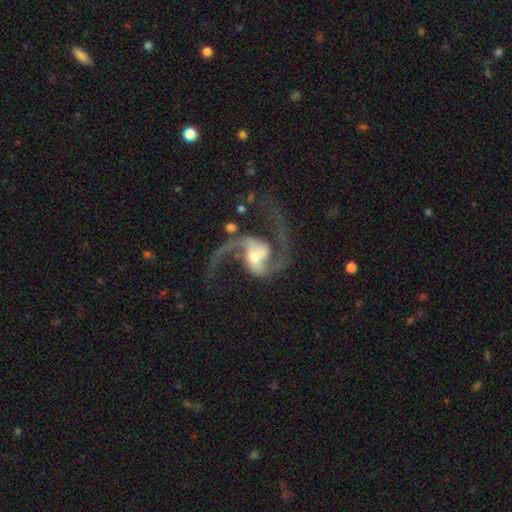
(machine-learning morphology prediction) This is clearly a featured or disk galaxy (92%). It is clearly not viewed edge-on (98%). Bar: marginally weak (42%). Spiral arm pattern: clearly yes (98%). Spiral arm count: clearly 2 (93%). Spiral winding: likely loose (68%). Central bulge: possibly moderate (45%). Merging: possibly none (58%).